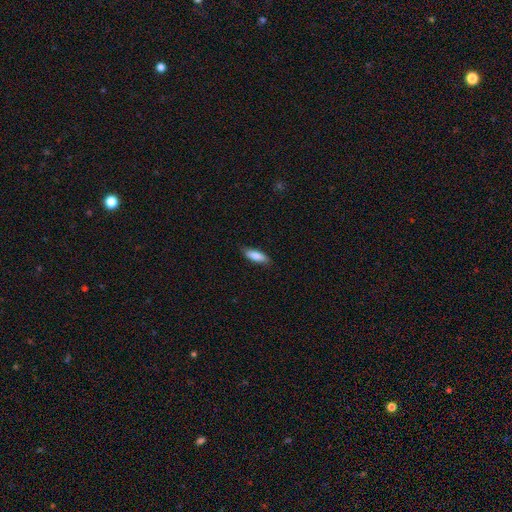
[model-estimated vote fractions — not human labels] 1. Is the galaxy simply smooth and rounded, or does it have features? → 85% smooth, 9% featured or disk, 6% star or artifact.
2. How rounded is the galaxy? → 57% in between, 42% cigar-shaped, 2% round.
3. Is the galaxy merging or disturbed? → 84% none, 12% minor disturbance, 2% major disturbance, 1% merger.